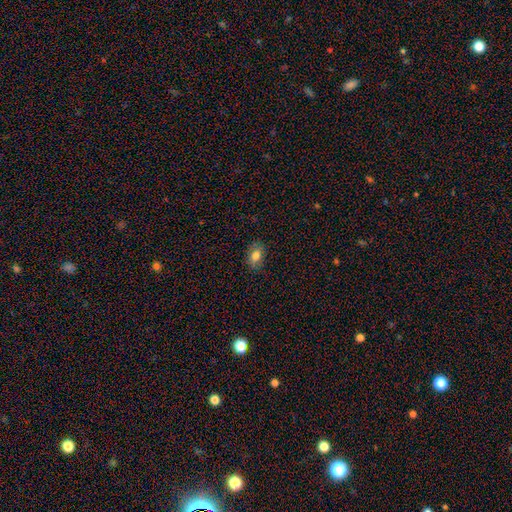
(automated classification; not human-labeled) smooth-or-featured: smooth: 81% | featured or disk: 10% | star or artifact: 9%
  how-rounded: in between: 83% | round: 15% | cigar-shaped: 2%
  merging: none: 84% | minor disturbance: 12% | major disturbance: 3% | merger: 1%